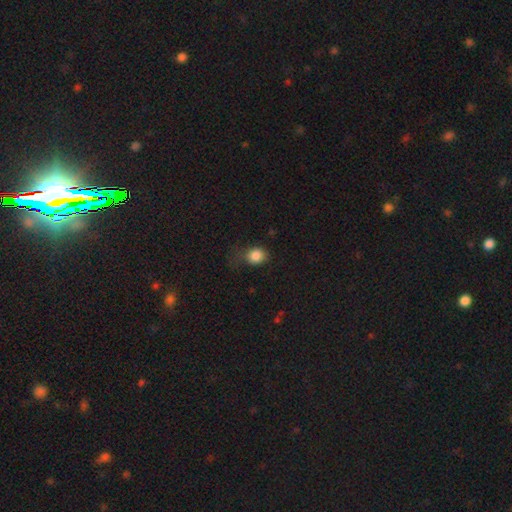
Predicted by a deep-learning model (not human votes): Overall: smooth (84%). How rounded: round (66%; in between 33%). Merging: none (47%; minor disturbance 32%).